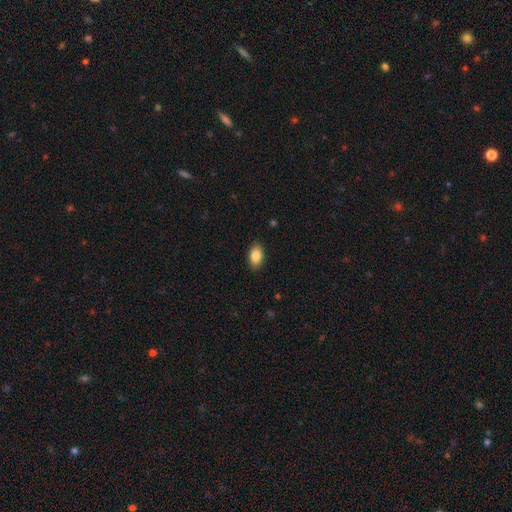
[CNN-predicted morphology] The model was most divided on "smooth or featured": smooth: 86%, star or artifact: 7%, featured or disk: 7%. More confident: how rounded — in between (91%); merging — none (89%).